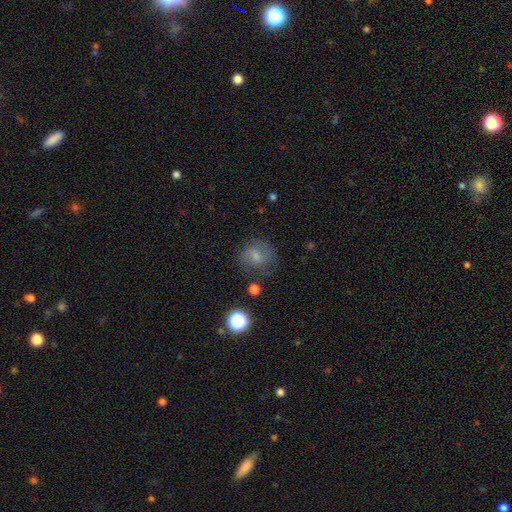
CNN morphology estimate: A smooth galaxy with no disk features (45%).

Vote fractions:
- Smooth or featured? smooth: 45% / featured or disk: 34% / star or artifact: 21%
- Merging? none: 73% / minor disturbance: 17% / major disturbance: 7% / merger: 2%